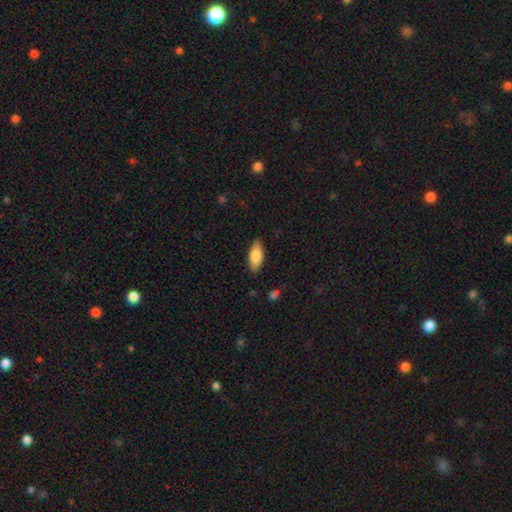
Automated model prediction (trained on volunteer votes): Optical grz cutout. It shows a smooth galaxy with no disk features (81%) that is in between round and cigar-shaped (81%). Merging: none (86%).